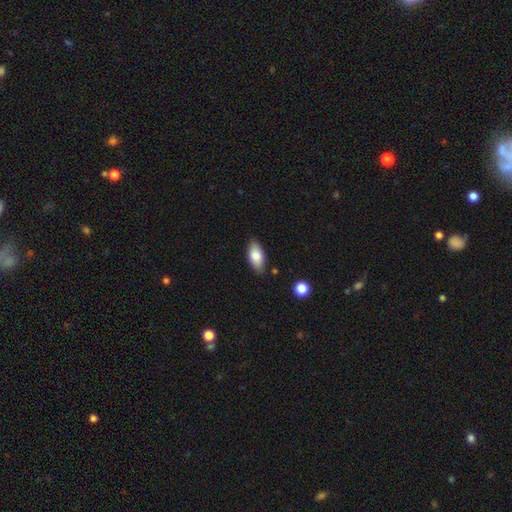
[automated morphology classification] Smooth or featured: smooth — 81% (featured or disk — 12%)
How rounded: in between — 91% (cigar-shaped — 6%)
Merging: none — 82% (minor disturbance — 13%)